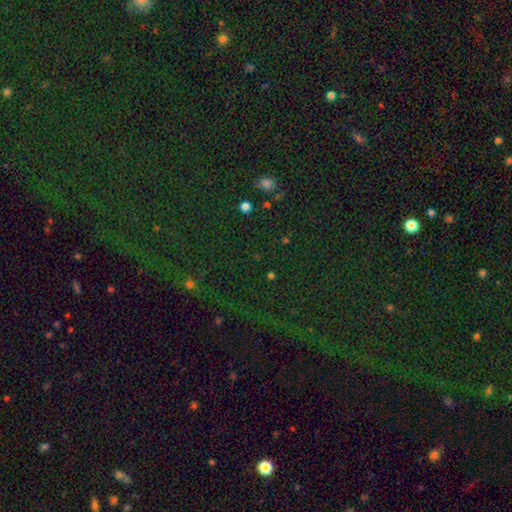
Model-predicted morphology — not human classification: This is likely a star or artifact rather than a galaxy (79%).